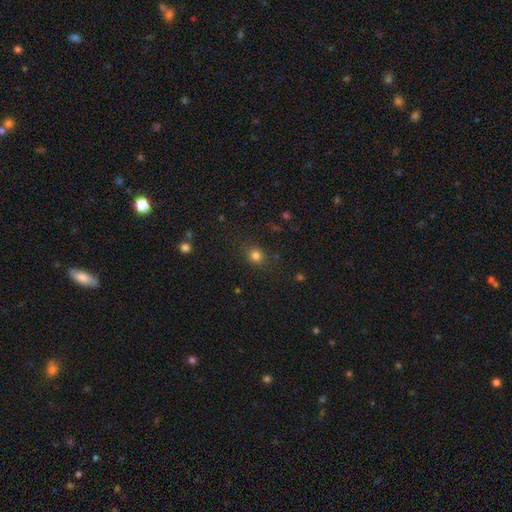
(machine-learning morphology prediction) A smooth galaxy with no disk features (80%) that is round (74%).

Vote fractions:
- Smooth or featured? smooth: 80% / star or artifact: 14% / featured or disk: 6%
- How rounded? round: 74% / in between: 25% / cigar-shaped: 1%
- Merging? none: 84% / minor disturbance: 11% / major disturbance: 4% / merger: 2%